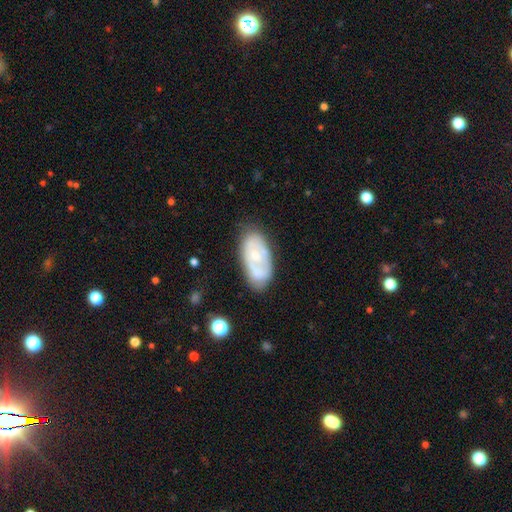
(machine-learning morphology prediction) Smooth or featured: featured or disk — 53% (smooth — 40%)
Edge-on disk: no — 93% (yes — 7%)
Merging: none — 64% (minor disturbance — 23%)